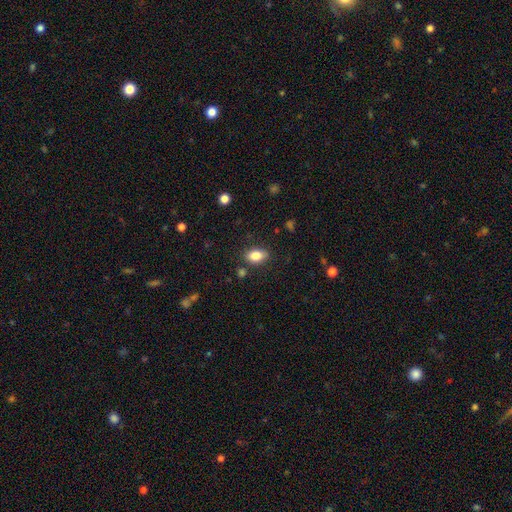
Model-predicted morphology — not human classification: Overall: smooth (84%). How rounded: in between (87%). Merging: none (83%).